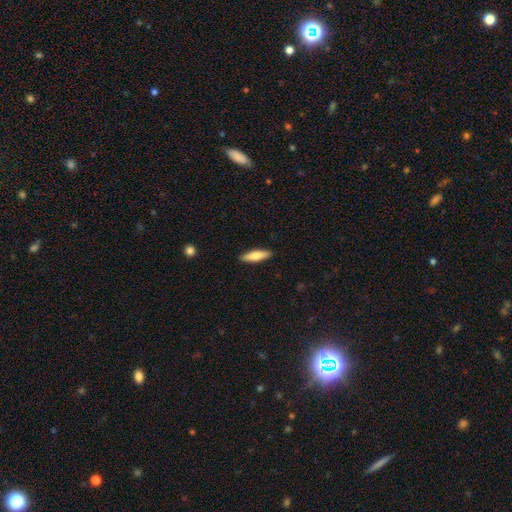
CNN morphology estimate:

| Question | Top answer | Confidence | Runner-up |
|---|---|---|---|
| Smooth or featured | smooth | 73% | featured or disk (22%) |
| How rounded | cigar-shaped | 65% | in between (33%) |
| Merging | none | 90% | minor disturbance (8%) |